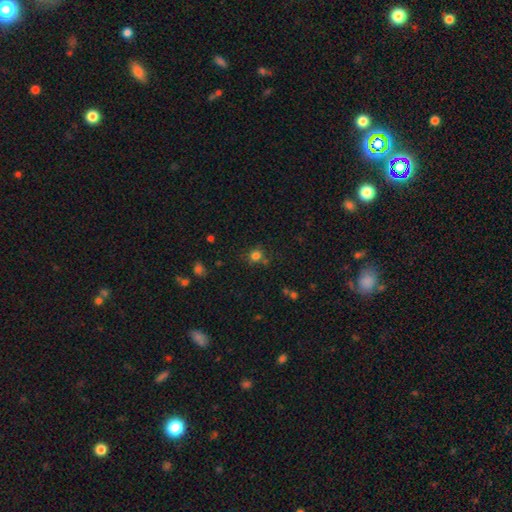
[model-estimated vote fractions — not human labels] smooth 77%, star or artifact 17%, featured or disk 6%. Down the decision tree: how rounded — round (83%); merging — none (71%).